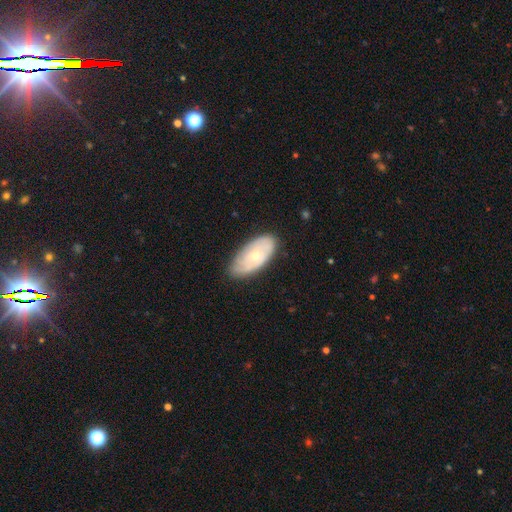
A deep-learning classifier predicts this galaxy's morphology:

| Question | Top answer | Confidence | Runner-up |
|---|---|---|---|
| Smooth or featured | featured or disk | 52% | smooth (42%) |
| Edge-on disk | no | 91% | yes (9%) |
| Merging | none | 75% | minor disturbance (20%) |